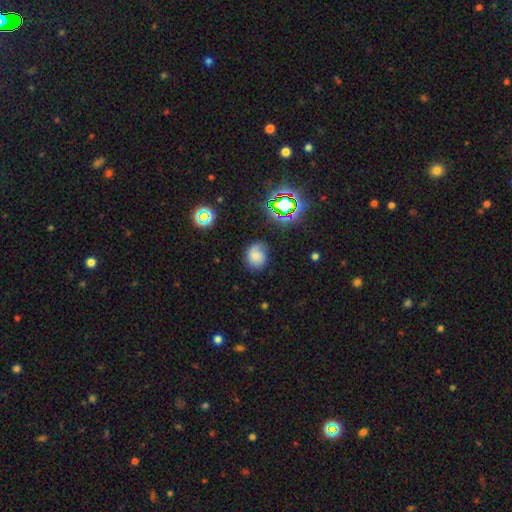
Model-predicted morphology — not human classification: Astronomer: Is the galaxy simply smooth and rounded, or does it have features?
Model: smooth — 61%.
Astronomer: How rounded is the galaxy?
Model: round — 65%.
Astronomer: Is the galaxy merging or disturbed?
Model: none — 66%.